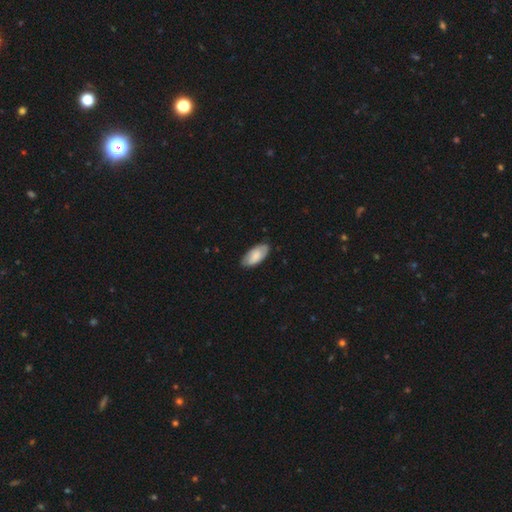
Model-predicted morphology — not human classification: A smooth galaxy with no disk features (75%) that is in between round and cigar-shaped (93%).

Vote fractions:
- Smooth or featured? smooth: 75% / featured or disk: 20% / star or artifact: 6%
- How rounded? in between: 93% / cigar-shaped: 5% / round: 2%
- Merging? none: 80% / minor disturbance: 16% / major disturbance: 3% / merger: 1%